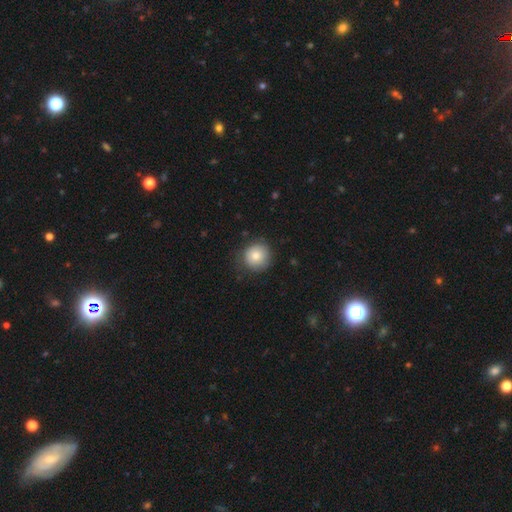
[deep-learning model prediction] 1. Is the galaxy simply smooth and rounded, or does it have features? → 79% smooth, 12% featured or disk, 9% star or artifact.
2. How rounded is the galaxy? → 92% round, 7% in between, 1% cigar-shaped.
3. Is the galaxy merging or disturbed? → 78% none, 17% minor disturbance, 5% major disturbance, 1% merger.